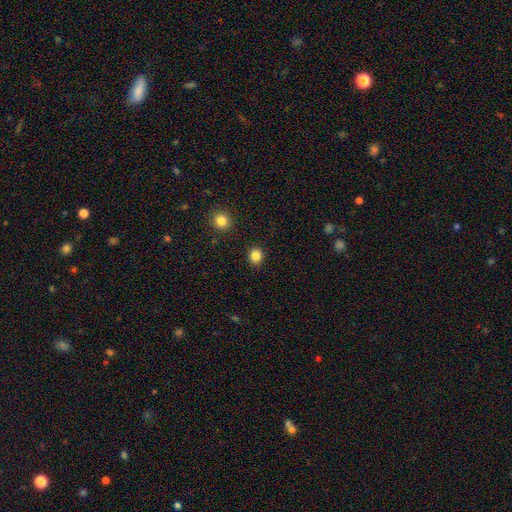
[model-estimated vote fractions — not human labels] Overall: smooth (85%). How rounded: round (77%). Merging: none (91%).